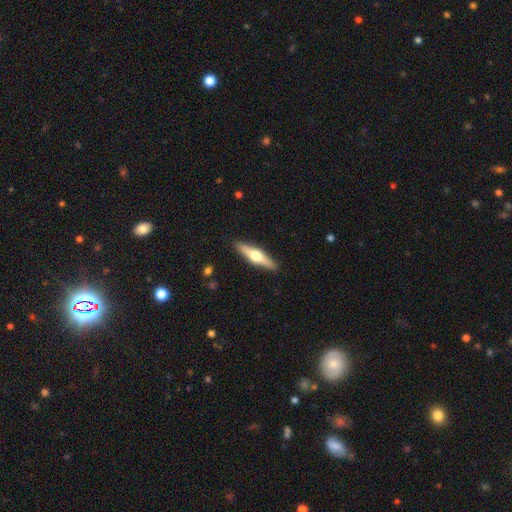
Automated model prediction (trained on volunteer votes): Overall: featured or disk (60%; smooth 35%). Edge-on disk: yes (96%). Edge-on bulge: rounded (95%). Merging: none (91%).